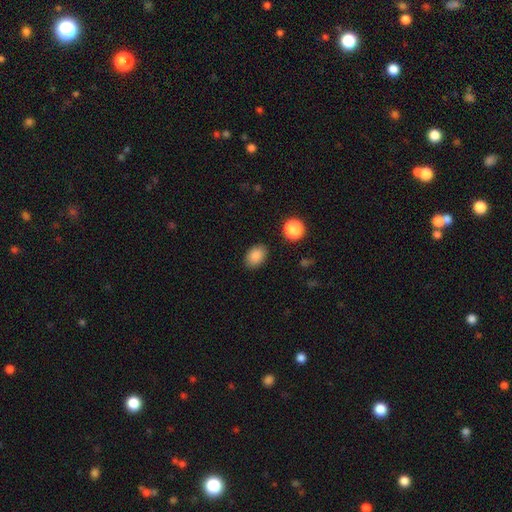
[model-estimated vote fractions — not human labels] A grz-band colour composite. It shows a smooth galaxy with no disk features (87%) that is in between round and cigar-shaped (78%). Merging: none (86%).